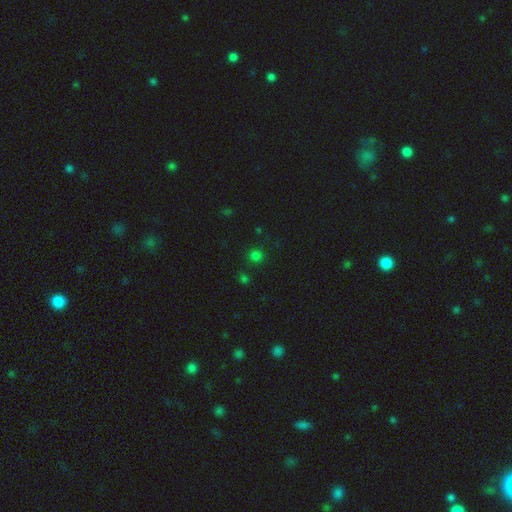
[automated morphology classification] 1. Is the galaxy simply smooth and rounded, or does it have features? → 76% smooth, 20% star or artifact, 4% featured or disk.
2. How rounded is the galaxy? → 91% round, 8% in between, 1% cigar-shaped.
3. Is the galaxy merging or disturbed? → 86% none, 8% minor disturbance, 4% merger, 3% major disturbance.